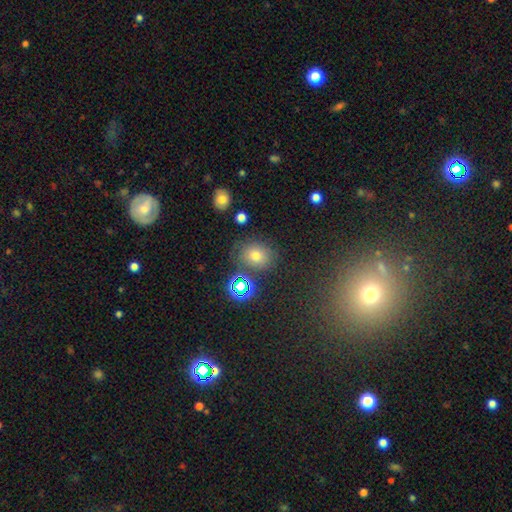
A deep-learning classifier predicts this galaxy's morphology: Smooth or featured: smooth — 65% (star or artifact — 23%)
How rounded: round — 60% (in between — 39%)
Merging: none — 76% (minor disturbance — 13%)